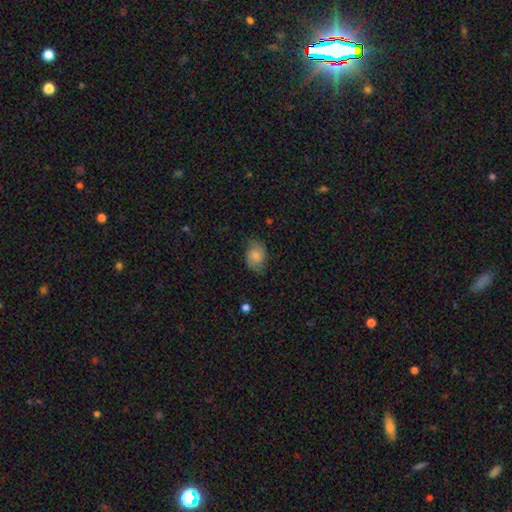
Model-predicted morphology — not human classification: smooth-or-featured: smooth: 63% | featured or disk: 29% | star or artifact: 8%
  how-rounded: in between: 81% | round: 18% | cigar-shaped: 1%
  merging: none: 68% | minor disturbance: 24% | major disturbance: 7% | merger: 1%